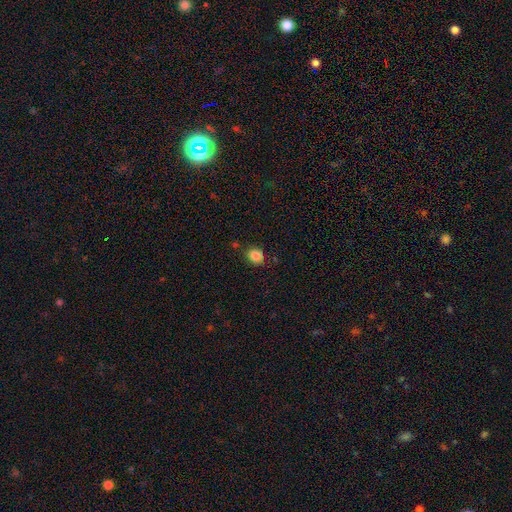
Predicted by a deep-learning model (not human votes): Overall: smooth (86%). How rounded: round (68%; in between 31%). Merging: none (83%).